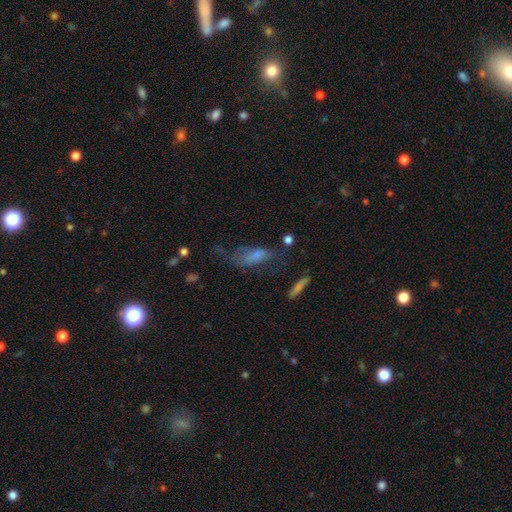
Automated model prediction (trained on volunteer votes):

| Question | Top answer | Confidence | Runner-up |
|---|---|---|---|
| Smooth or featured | smooth | 52% | featured or disk (35%) |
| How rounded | in between | 74% | cigar-shaped (22%) |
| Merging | major disturbance | 37% | none (32%) |